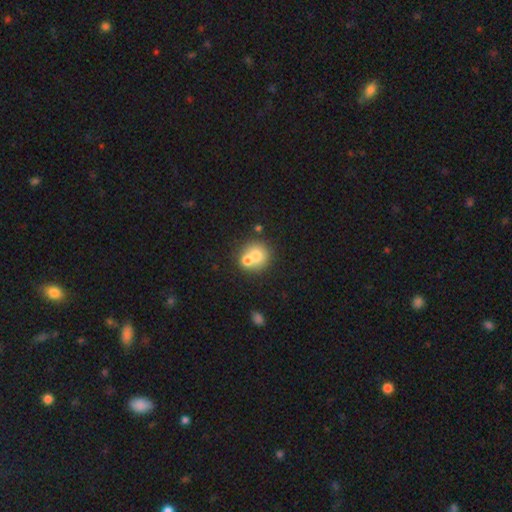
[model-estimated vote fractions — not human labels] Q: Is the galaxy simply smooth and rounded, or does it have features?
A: smooth — 71%.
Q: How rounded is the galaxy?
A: round — 87%.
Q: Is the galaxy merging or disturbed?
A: none — 45%.